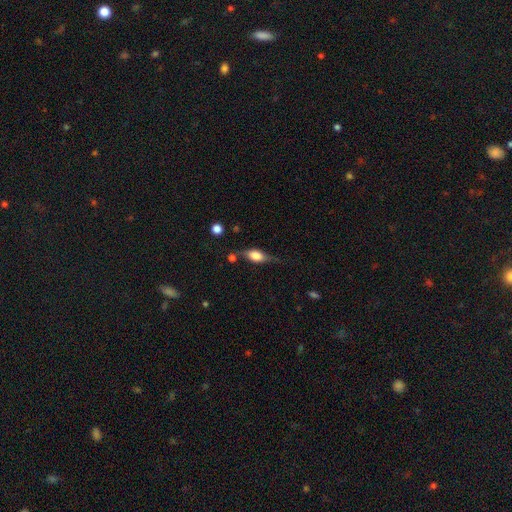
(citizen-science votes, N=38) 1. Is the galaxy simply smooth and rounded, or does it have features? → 53% smooth, 45% featured or disk, 3% star or artifact.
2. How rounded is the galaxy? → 90% in between, 5% round, 5% cigar-shaped.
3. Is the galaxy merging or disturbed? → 59% none, 19% major disturbance, 16% minor disturbance, 5% merger.